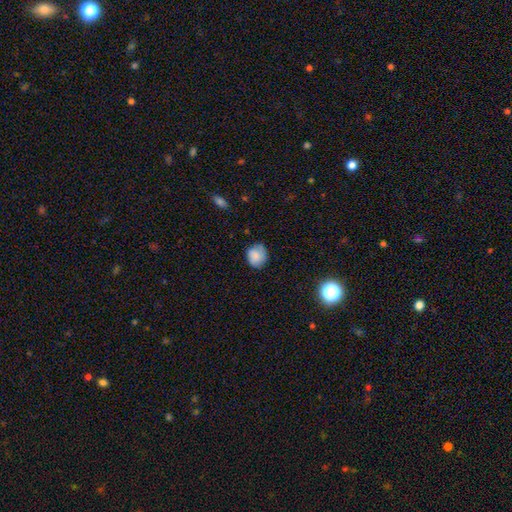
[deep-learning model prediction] Smooth or featured: smooth — 81% (featured or disk — 11%)
How rounded: round — 71% (in between — 28%)
Merging: none — 68% (minor disturbance — 26%)